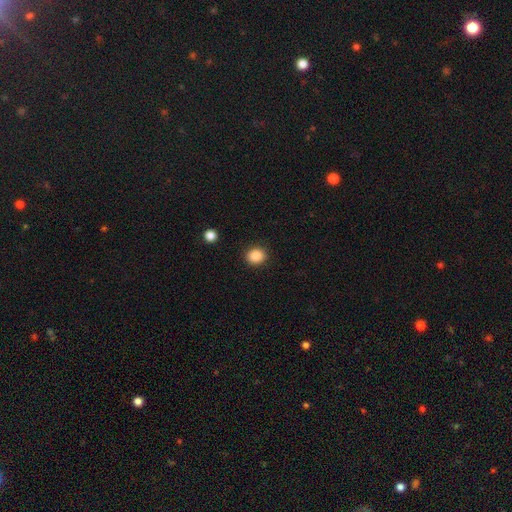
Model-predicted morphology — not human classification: smooth_or_featured: smooth (p=0.87) [alt: star or artifact p=0.09]
how_rounded: round (p=0.78) [alt: in between p=0.21]
merging: none (p=0.91) [alt: minor disturbance p=0.06]